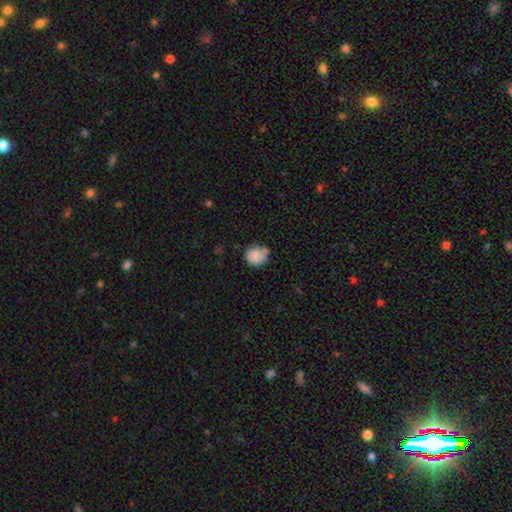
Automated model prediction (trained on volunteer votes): Morphology: type=smooth (84%); roundness=round (77%); merging=none (58%).